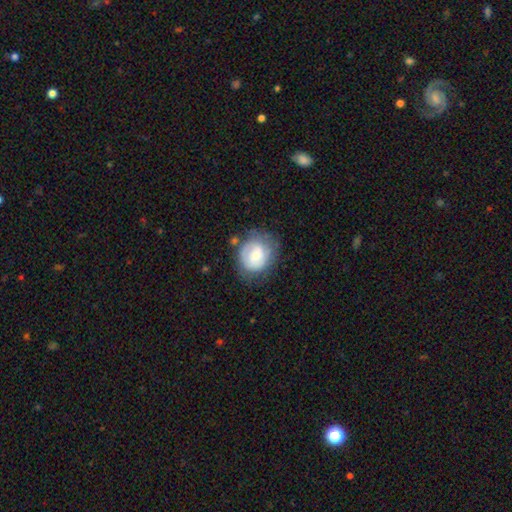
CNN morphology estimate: This is possibly a featured or disk galaxy (49%). Merging: likely none (63%).